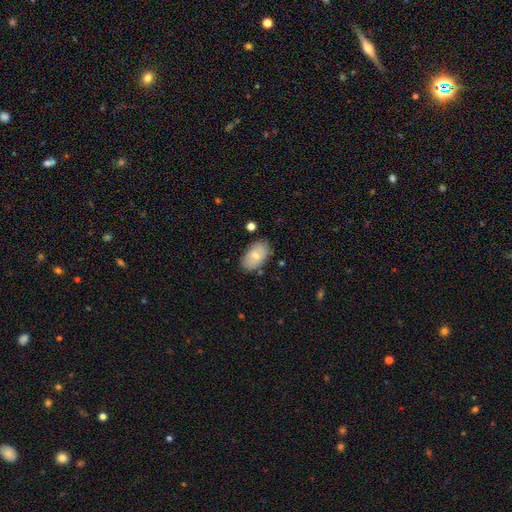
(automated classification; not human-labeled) Morphology: type=smooth (71%); roundness=in between (93%); merging=none (79%).